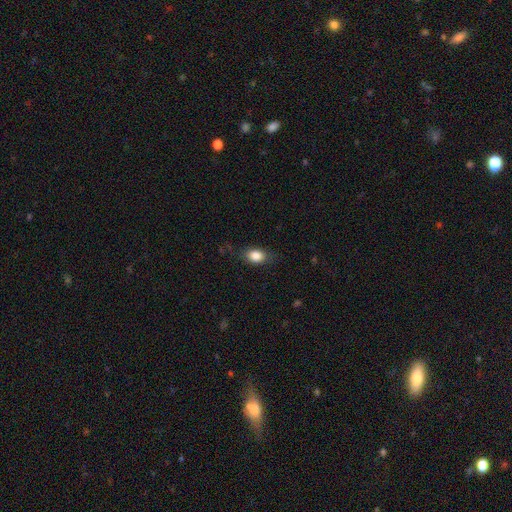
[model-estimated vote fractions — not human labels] This appears to be a smooth galaxy with no disk features (84%) that is in between round and cigar-shaped (78%). Merging: none (75%).